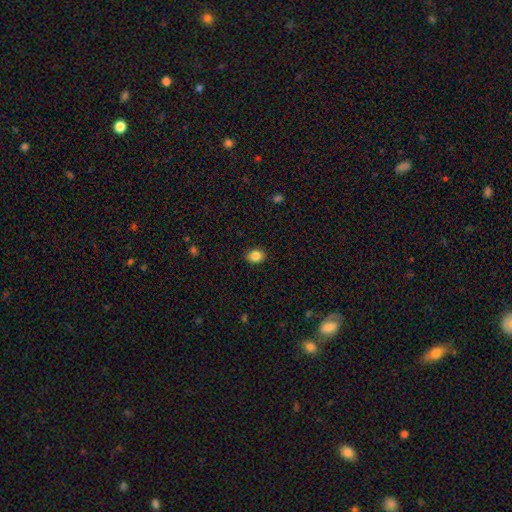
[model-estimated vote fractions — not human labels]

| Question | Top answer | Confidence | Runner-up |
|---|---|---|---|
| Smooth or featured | smooth | 85% | star or artifact (10%) |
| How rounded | round | 56% | in between (43%) |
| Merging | none | 90% | minor disturbance (7%) |